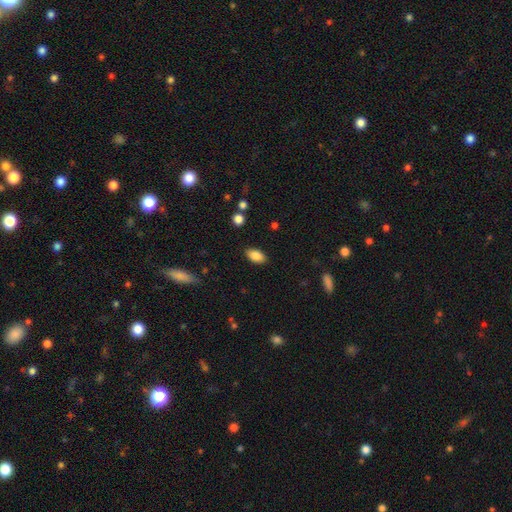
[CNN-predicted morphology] Smooth or featured?
  - smooth: 85% *
  - star or artifact: 8%
  - featured or disk: 7%
How rounded?
  - in between: 92% *
  - round: 5%
  - cigar-shaped: 3%
Merging?
  - none: 87% *
  - minor disturbance: 10%
  - major disturbance: 2%
  - merger: 1%